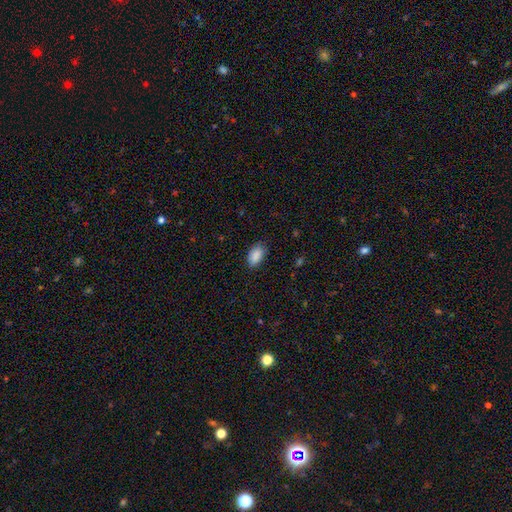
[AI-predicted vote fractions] Smooth or featured? Predicted: smooth (p=0.89). How rounded? Predicted: in between (p=0.93). Merging? Predicted: none (p=0.81).